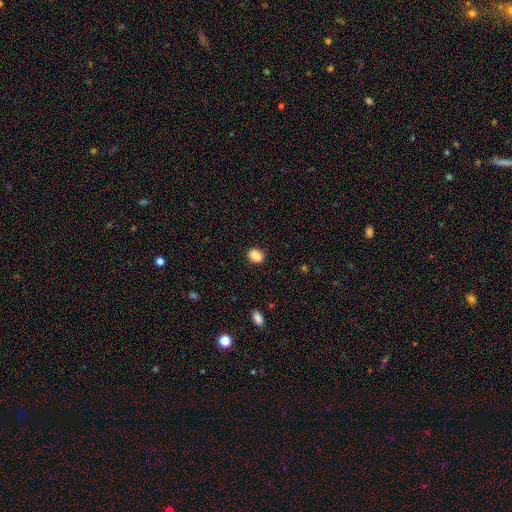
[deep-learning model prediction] Smooth or featured? smooth (88%)
How rounded? in between (65%)
Merging? none (86%)